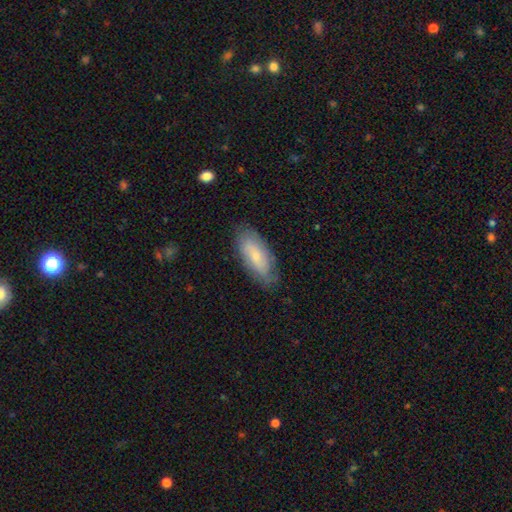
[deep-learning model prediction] smooth-or-featured: smooth: 63% | featured or disk: 31% | star or artifact: 6%
  how-rounded: in between: 80% | cigar-shaped: 18% | round: 2%
  merging: none: 76% | minor disturbance: 18% | major disturbance: 4% | merger: 1%